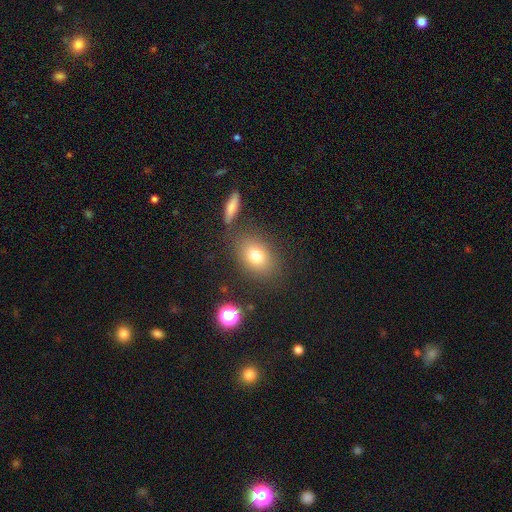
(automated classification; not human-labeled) Smooth or featured: smooth — 76% (star or artifact — 12%)
How rounded: in between — 64% (round — 34%)
Merging: none — 76% (minor disturbance — 12%)